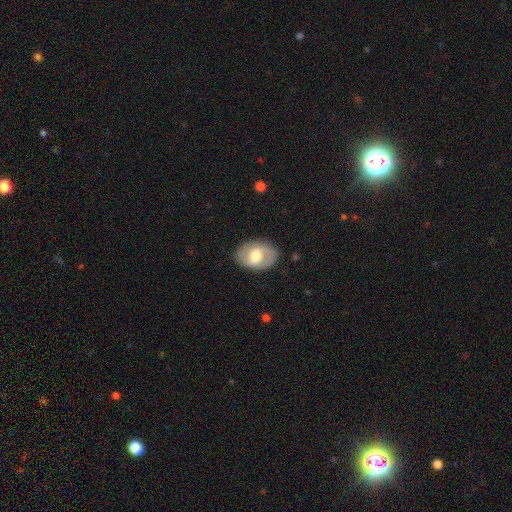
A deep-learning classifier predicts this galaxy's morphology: smooth_or_featured: featured or disk (p=0.57) [alt: smooth p=0.38]
disk_edge_on: no (p=0.94) [alt: yes p=0.06]
bar: no (p=0.50) [alt: weak p=0.37]
has_spiral_arms: yes (p=0.58) [alt: no p=0.42]
bulge_size: moderate (p=0.56) [alt: large p=0.34]
merging: none (p=0.82) [alt: minor disturbance p=0.12]